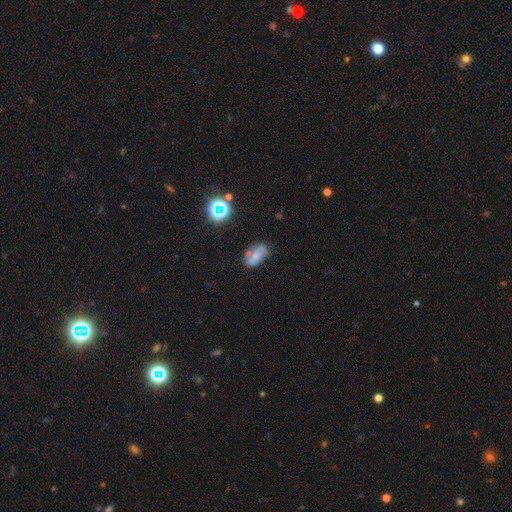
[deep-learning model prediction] A smooth galaxy with no disk features (44%).

Vote fractions:
- Smooth or featured? smooth: 44% / featured or disk: 43% / star or artifact: 14%
- Merging? none: 58% / minor disturbance: 25% / merger: 9% / major disturbance: 8%